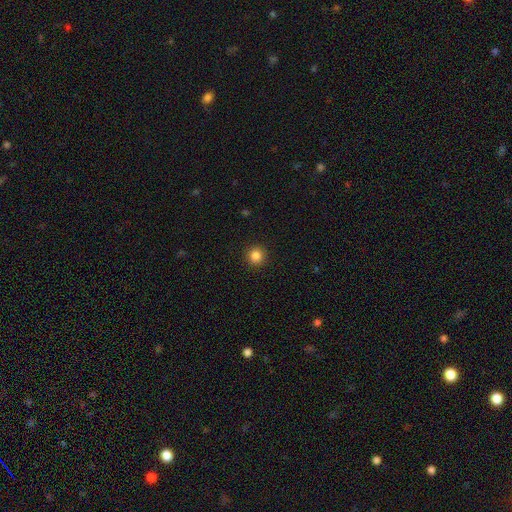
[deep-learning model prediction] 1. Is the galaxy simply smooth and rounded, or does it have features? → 84% smooth, 12% star or artifact, 4% featured or disk.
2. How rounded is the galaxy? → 94% round, 5% in between, 1% cigar-shaped.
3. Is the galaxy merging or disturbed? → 93% none, 5% minor disturbance, 2% major disturbance, 1% merger.